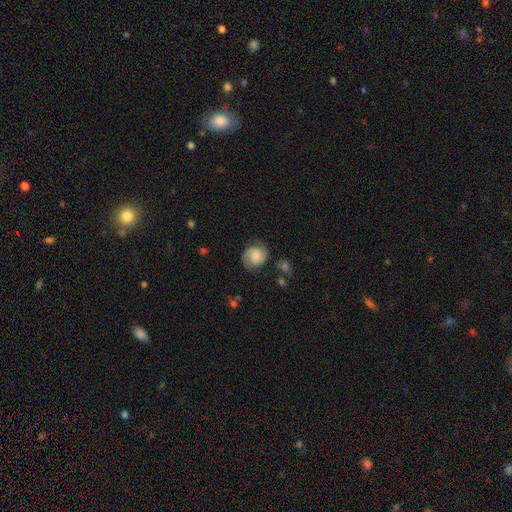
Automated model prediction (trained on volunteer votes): Morphology: type=featured or disk (65%); edge-on=no (98%); bar=no (64%); spiral arms=yes (94%); winding=tight (45%); arm count=2 (87%); bulge=moderate (39%); merging=none (77%).